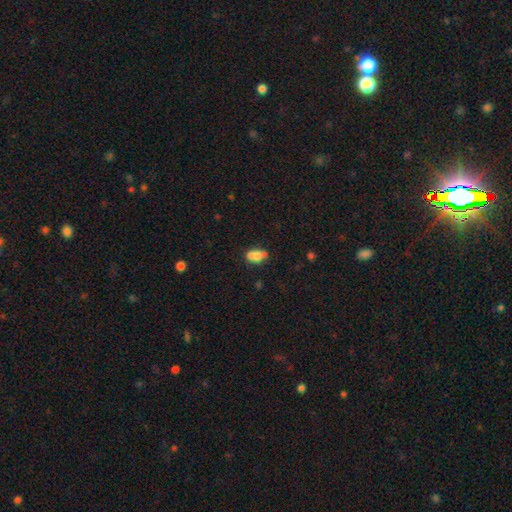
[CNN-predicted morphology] This appears to be a smooth galaxy with no disk features (69%) that is in between round and cigar-shaped (67%). Merging: merger (40%, tied with none).